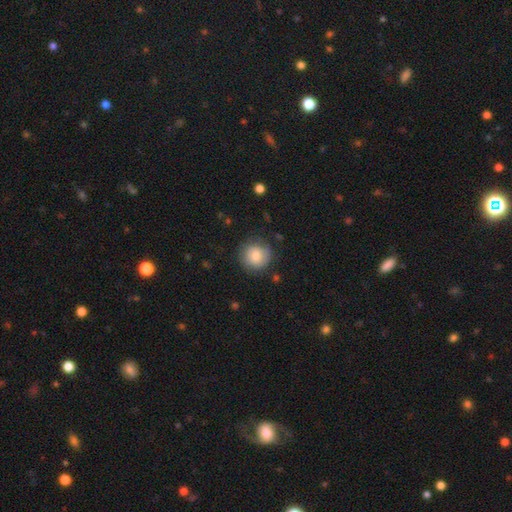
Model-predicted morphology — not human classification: smooth-or-featured: smooth: 78% | featured or disk: 14% | star or artifact: 8%
  how-rounded: round: 92% | in between: 7% | cigar-shaped: 1%
  merging: none: 81% | minor disturbance: 13% | major disturbance: 4% | merger: 1%